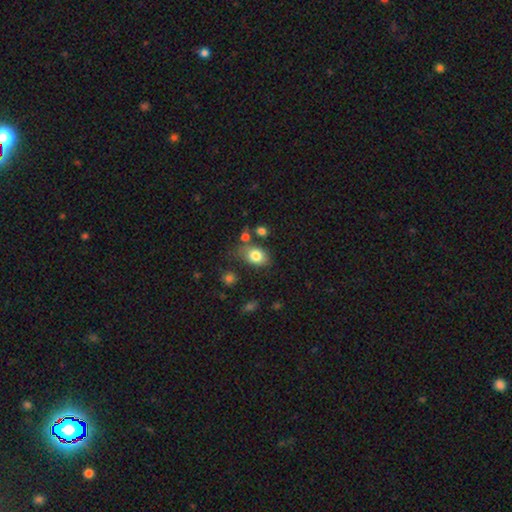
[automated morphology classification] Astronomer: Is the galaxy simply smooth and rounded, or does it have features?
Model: smooth — 82%.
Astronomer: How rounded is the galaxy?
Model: in between — 79%.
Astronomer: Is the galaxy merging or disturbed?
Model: none — 64%.